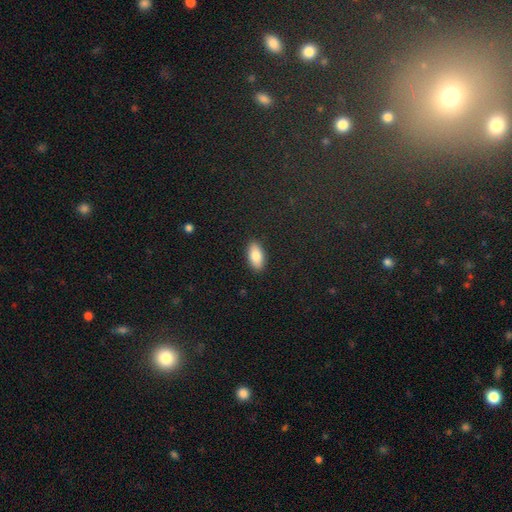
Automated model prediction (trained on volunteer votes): Smooth or featured?
  - smooth: 85% *
  - featured or disk: 8%
  - star or artifact: 7%
How rounded?
  - in between: 92% *
  - cigar-shaped: 5%
  - round: 3%
Merging?
  - none: 89% *
  - minor disturbance: 8%
  - major disturbance: 2%
  - merger: 1%